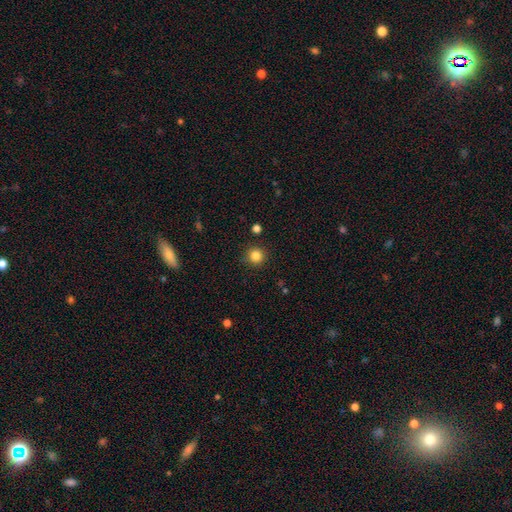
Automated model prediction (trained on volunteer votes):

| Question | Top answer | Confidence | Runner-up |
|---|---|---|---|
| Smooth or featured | smooth | 84% | star or artifact (12%) |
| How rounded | round | 95% | in between (4%) |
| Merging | none | 90% | minor disturbance (6%) |